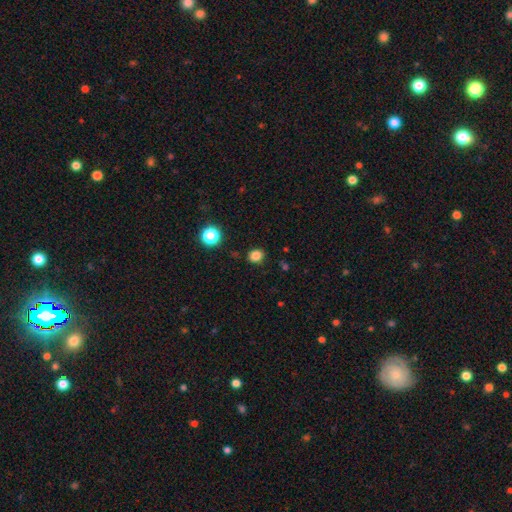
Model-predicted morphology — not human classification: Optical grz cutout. It shows a smooth galaxy with no disk features (83%) that is round (70%). Merging: none (88%).